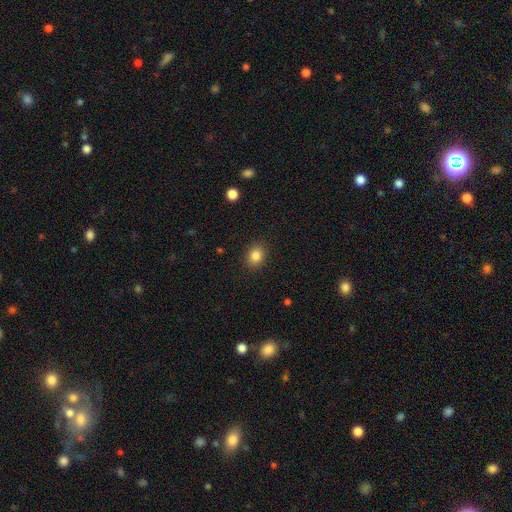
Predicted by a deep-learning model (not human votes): smooth 84%, star or artifact 10%, featured or disk 5%. Down the decision tree: how rounded — round (55%); merging — none (89%).